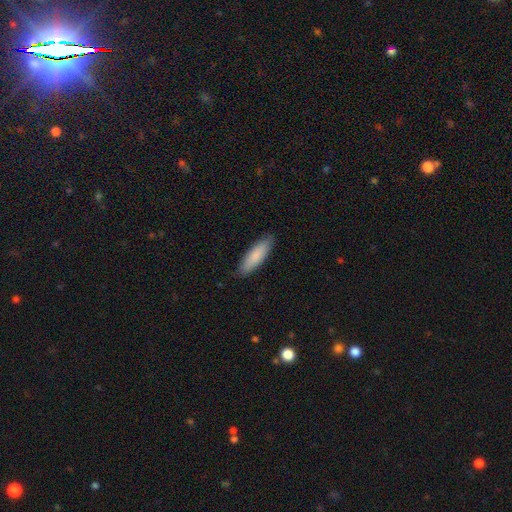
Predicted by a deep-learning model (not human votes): A smooth galaxy with no disk features (85%) that is cigar-shaped (57%). Merging: none (87%).